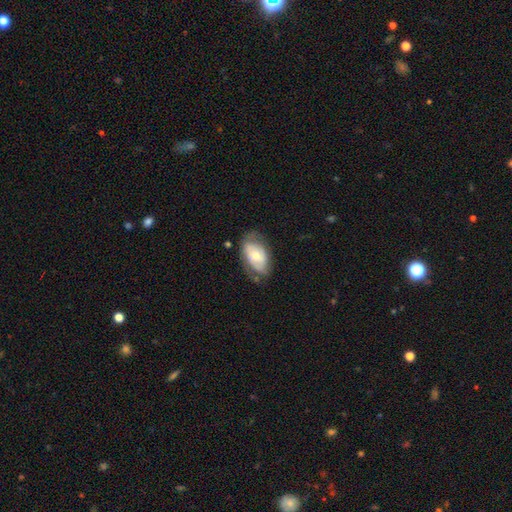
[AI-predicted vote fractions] Smooth or featured? featured or disk (51%)
Edge-on disk? no (92%)
Merging? none (62%)